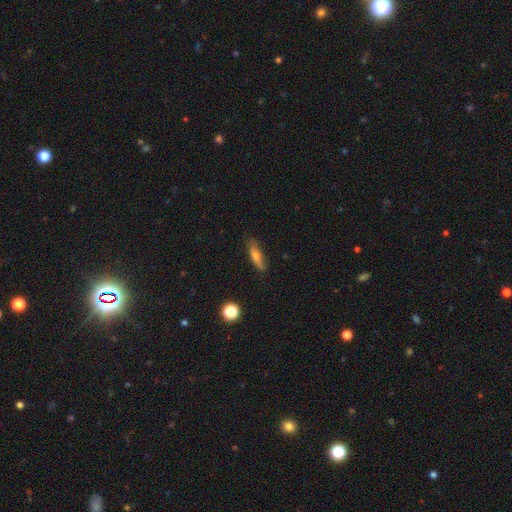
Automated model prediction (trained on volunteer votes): smooth_or_featured: smooth (p=0.65) [alt: featured or disk p=0.26]
how_rounded: cigar-shaped (p=0.66) [alt: in between p=0.31]
merging: none (p=0.78) [alt: minor disturbance p=0.17]